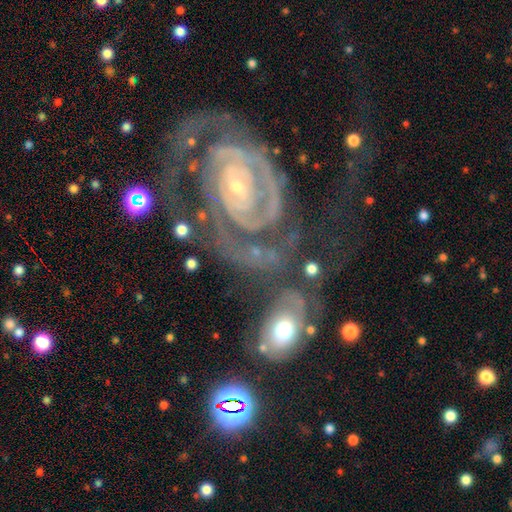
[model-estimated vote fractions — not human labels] Smooth or featured: featured or disk — 83% (smooth — 10%)
Edge-on disk: no — 96% (yes — 4%)
Bar: no — 60% (weak — 26%)
Spiral arms: yes — 92% (no — 8%)
Spiral winding: tight — 67% (medium — 25%)
Spiral arm count: 2 — 48% (can't tell — 21%)
Bulge size: small — 68% (moderate — 25%)
Merging: none — 42% (major disturbance — 25%)